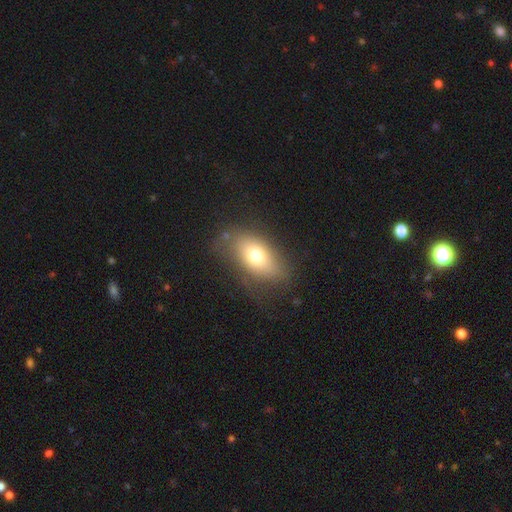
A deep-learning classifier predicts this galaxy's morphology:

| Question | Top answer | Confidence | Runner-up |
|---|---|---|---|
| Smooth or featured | smooth | 72% | featured or disk (19%) |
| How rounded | in between | 89% | round (7%) |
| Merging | none | 69% | minor disturbance (21%) |